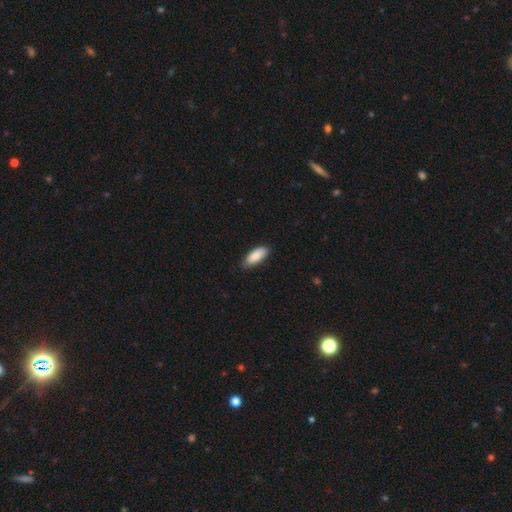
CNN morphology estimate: This appears to be a smooth galaxy with no disk features (87%) that is in between round and cigar-shaped (82%). Merging: none (81%).